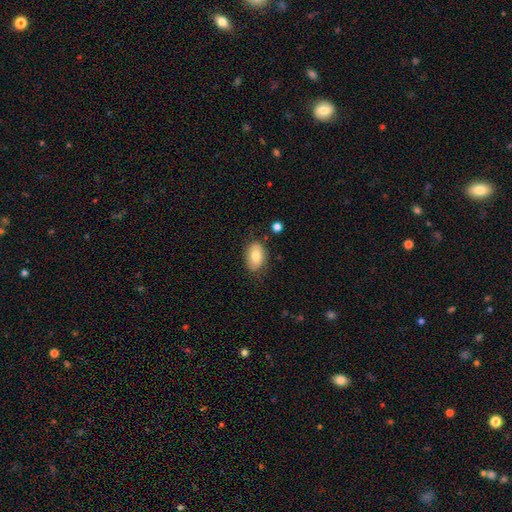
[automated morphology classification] smooth_or_featured: smooth (p=0.78) [alt: featured or disk p=0.15]
how_rounded: in between (p=0.87) [alt: round p=0.12]
merging: none (p=0.78) [alt: minor disturbance p=0.16]